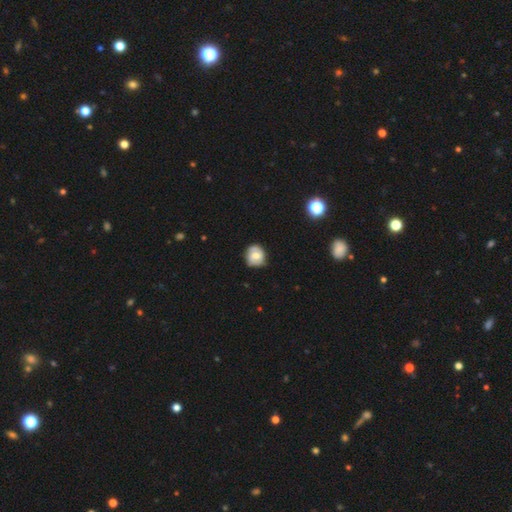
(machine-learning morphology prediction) type=smooth (47%); merging=none (75%).